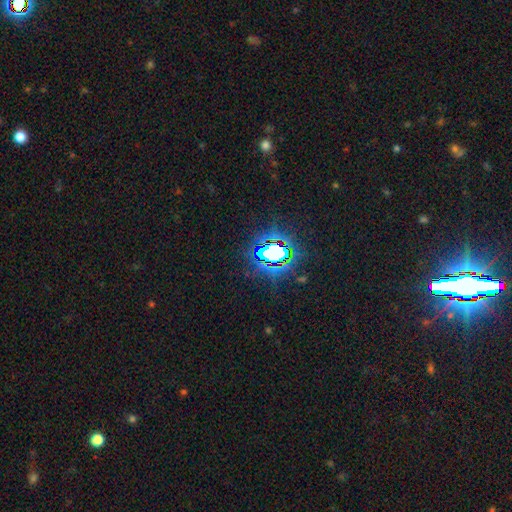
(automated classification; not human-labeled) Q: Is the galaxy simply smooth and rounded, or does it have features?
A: star or artifact — 83%.